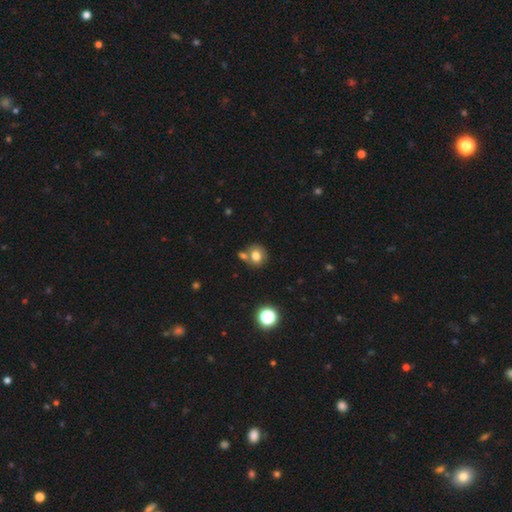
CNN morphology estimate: A smooth galaxy with no disk features (74%) that is round (74%).

Vote fractions:
- Smooth or featured? smooth: 74% / featured or disk: 14% / star or artifact: 12%
- How rounded? round: 74% / in between: 25% / cigar-shaped: 1%
- Merging? none: 57% / merger: 28% / minor disturbance: 11% / major disturbance: 4%